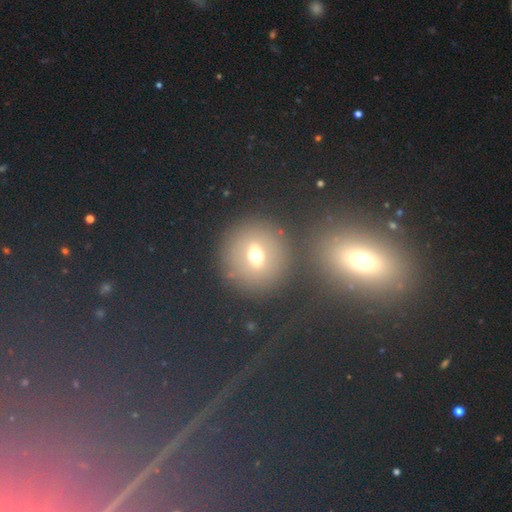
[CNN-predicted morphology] Q: Smooth or featured?
A: smooth (54%); runner-up: featured or disk (26%)
Q: How rounded?
A: round (84%); runner-up: in between (14%)
Q: Merging?
A: none (74%); runner-up: merger (10%)